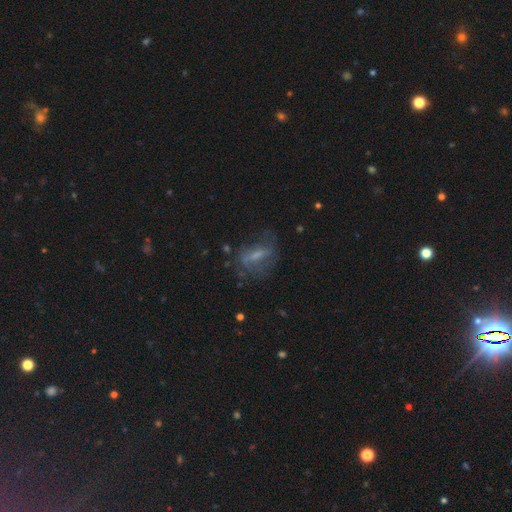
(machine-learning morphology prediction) Smooth or featured? featured or disk (51%)
Edge-on disk? no (85%)
Merging? none (53%)